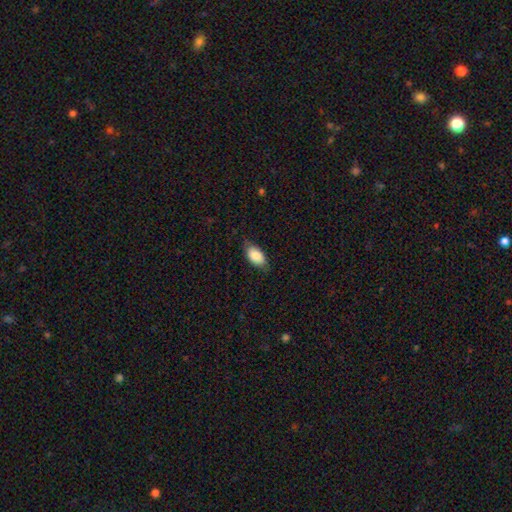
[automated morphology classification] Smooth or featured? smooth (83%)
How rounded? in between (93%)
Merging? none (77%)